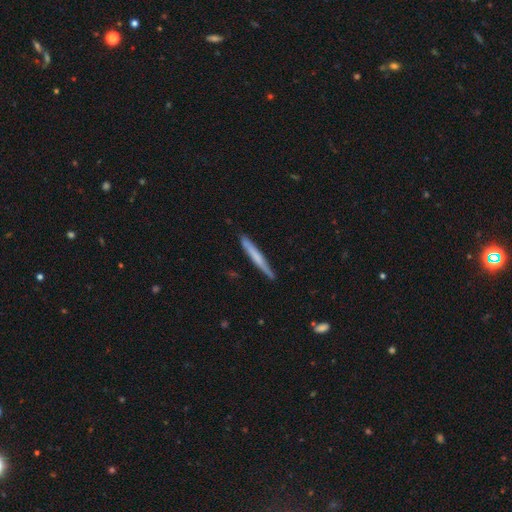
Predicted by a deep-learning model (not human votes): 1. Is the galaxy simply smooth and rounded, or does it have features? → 56% smooth, 39% featured or disk, 5% star or artifact.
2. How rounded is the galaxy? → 97% cigar-shaped, 2% in between, 1% round.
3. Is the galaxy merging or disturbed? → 88% none, 9% minor disturbance, 2% major disturbance, 1% merger.